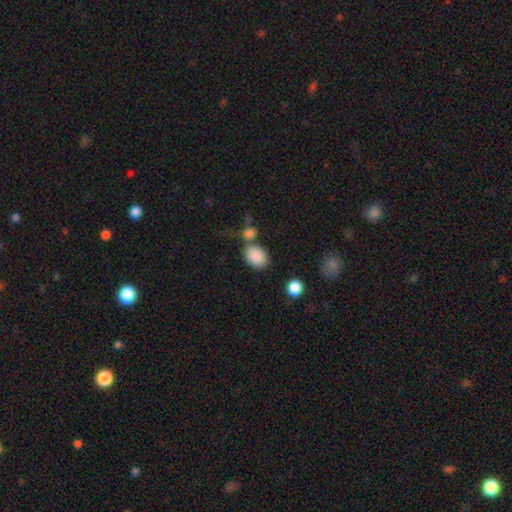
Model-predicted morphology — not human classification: This is clearly a smooth galaxy (87%). How rounded: likely in between (73%). Merging: likely none (60%).